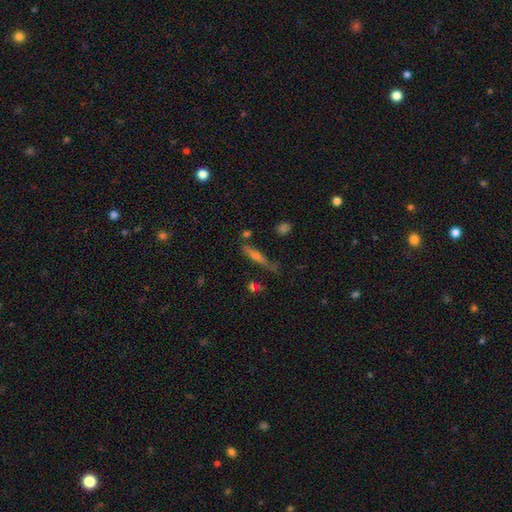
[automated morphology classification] Smooth or featured: featured or disk — 50% (smooth — 39%)
Edge-on disk: yes — 89% (no — 11%)
Merging: none — 67% (minor disturbance — 19%)